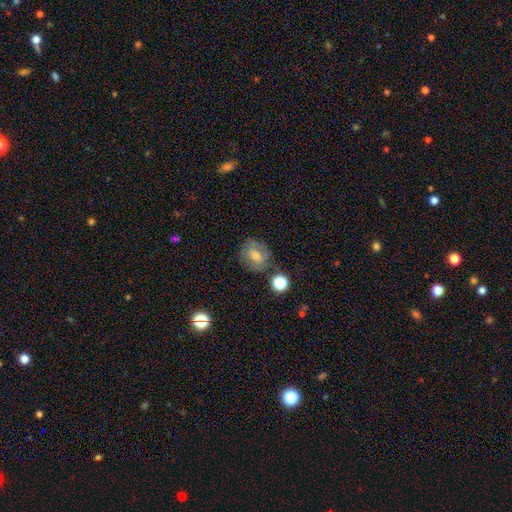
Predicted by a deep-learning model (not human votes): This appears to be a smooth galaxy with no disk features (47%). Merging: none (70%).